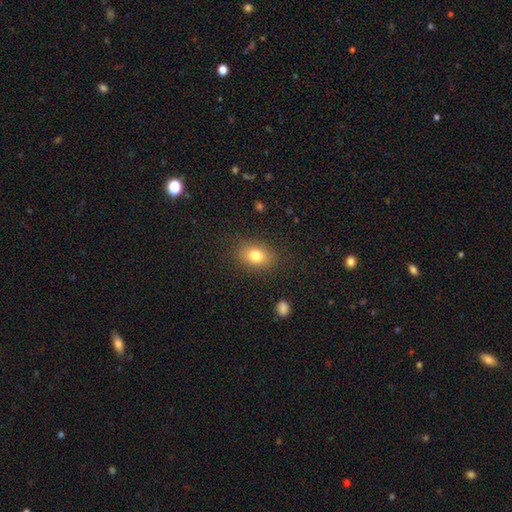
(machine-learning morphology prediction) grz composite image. It shows a smooth galaxy with no disk features (79%) that is in between round and cigar-shaped (75%). Merging: none (85%).